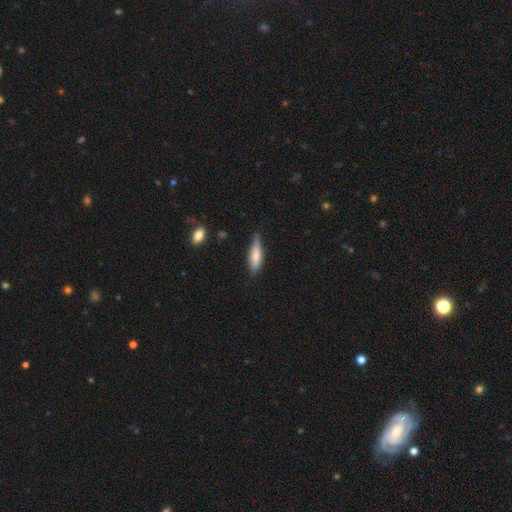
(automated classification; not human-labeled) Overall: smooth (63%; featured or disk 30%). How rounded: cigar-shaped (62%; in between 36%). Merging: none (72%).